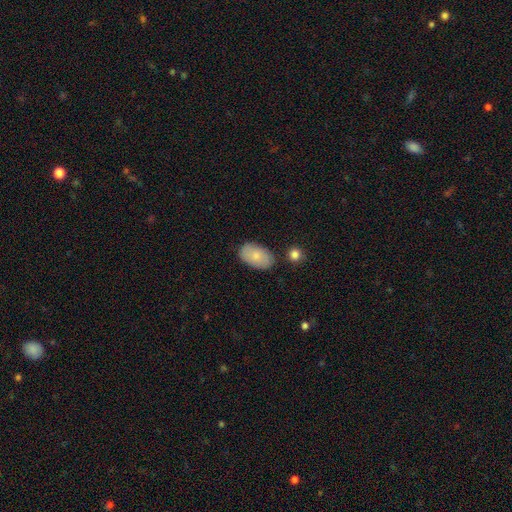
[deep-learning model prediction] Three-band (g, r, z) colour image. It shows a smooth galaxy with no disk features (76%) that is in between round and cigar-shaped (93%). Merging: none (79%).